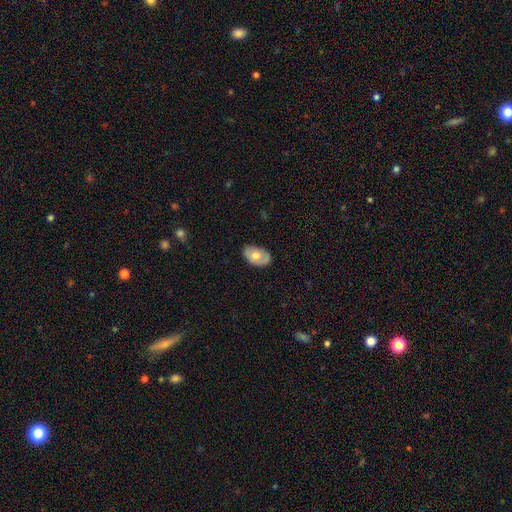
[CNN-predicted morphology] type=smooth (59%); roundness=in between (89%); merging=none (74%).